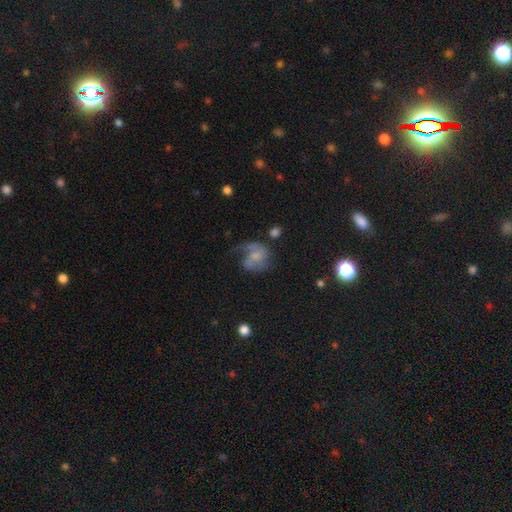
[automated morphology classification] smooth-or-featured: featured or disk: 53% | smooth: 38% | star or artifact: 9%
  disk-edge-on: no: 97% | yes: 3%
    bar: no: 70% | weak: 25% | strong: 4%
    has-spiral-arms: yes: 74% | no: 26%
    bulge-size: small: 37% | moderate: 36% | none: 19% | large: 6% | dominant: 2%
  merging: major disturbance: 38% | none: 32% | minor disturbance: 22% | merger: 8%